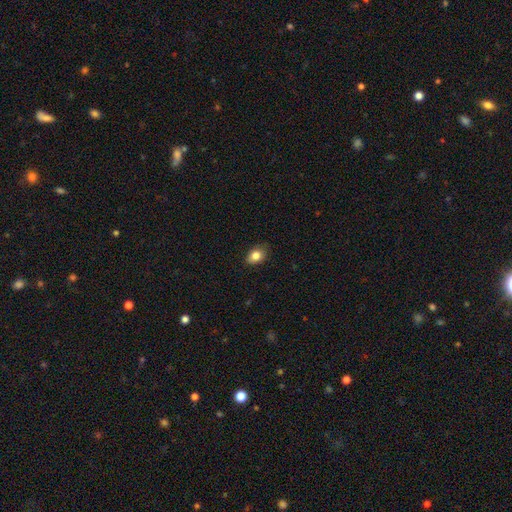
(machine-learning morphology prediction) Q: Smooth or featured?
A: smooth (83%); runner-up: star or artifact (9%)
Q: How rounded?
A: in between (76%); runner-up: round (23%)
Q: Merging?
A: none (80%); runner-up: minor disturbance (16%)